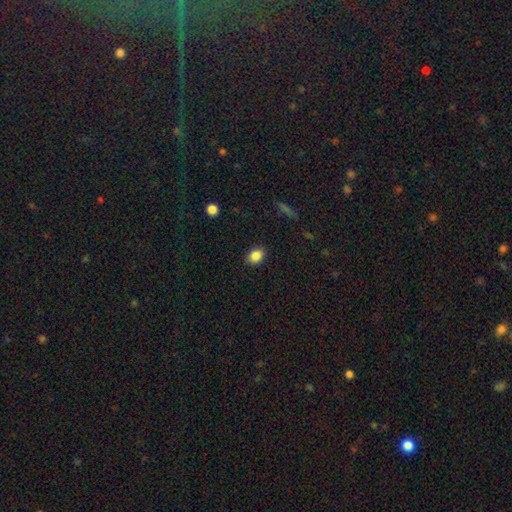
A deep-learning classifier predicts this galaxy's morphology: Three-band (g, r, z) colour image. It shows a smooth galaxy with no disk features (86%) that is in between round and cigar-shaped (62%). Merging: none (89%).